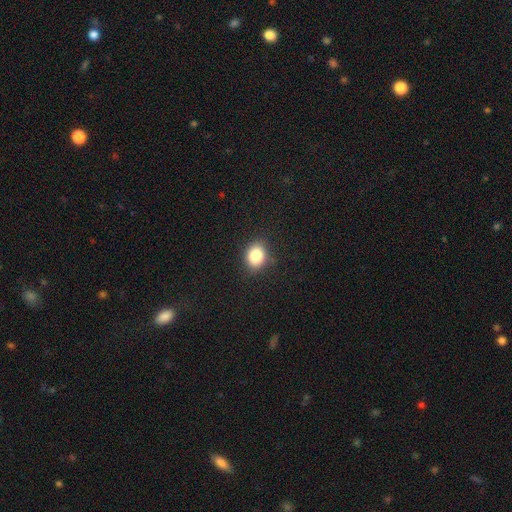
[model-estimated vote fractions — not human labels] Overall: smooth (84%). How rounded: round (50%; in between 49%). Merging: none (85%).